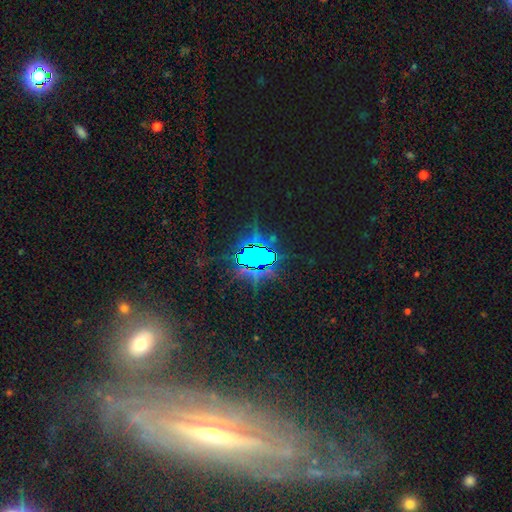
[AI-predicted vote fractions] This appears to be a star or artifact, not a galaxy (80%).